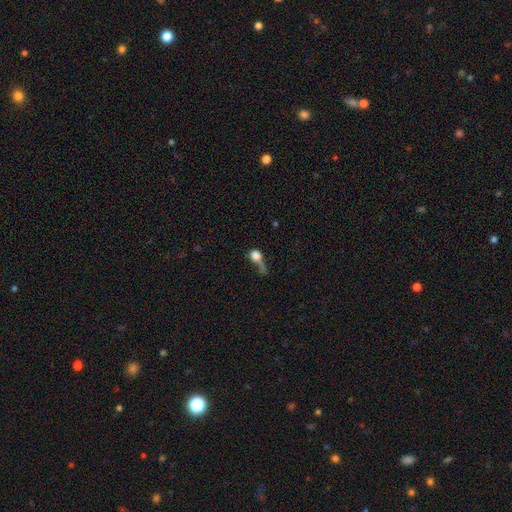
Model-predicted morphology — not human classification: smooth-or-featured: smooth: 68% | featured or disk: 19% | star or artifact: 13%
  how-rounded: round: 62% | in between: 31% | cigar-shaped: 7%
  merging: major disturbance: 44% | none: 23% | merger: 17% | minor disturbance: 16%